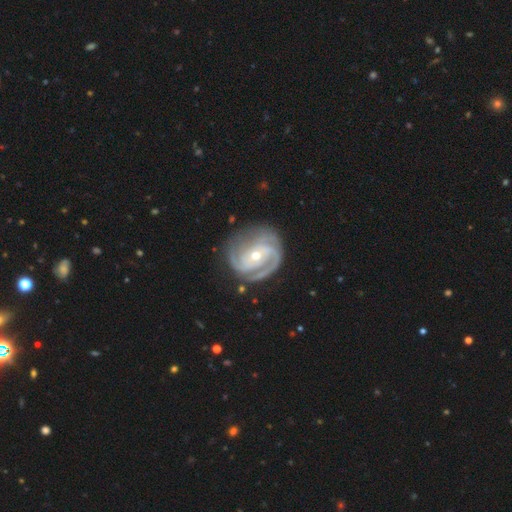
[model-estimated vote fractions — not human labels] A featured or disk galaxy (91%) with no bar (52%), 2 (36%, tied with 3) tight (62%) spiral arms (98%) and a small central bulge (54%). Merging: none (73%).